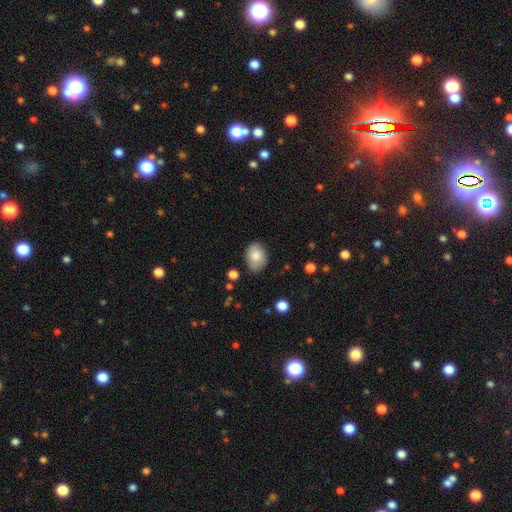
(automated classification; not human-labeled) Morphology: type=smooth (82%); roundness=in between (71%); merging=none (76%).